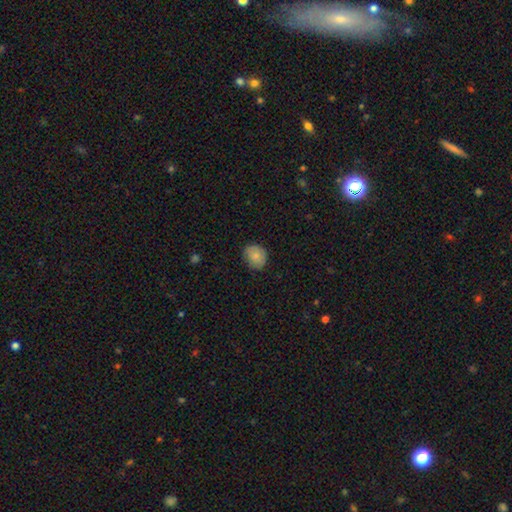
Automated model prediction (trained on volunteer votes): Smooth or featured: smooth — 81% (featured or disk — 11%)
How rounded: round — 63% (in between — 36%)
Merging: none — 77% (minor disturbance — 18%)